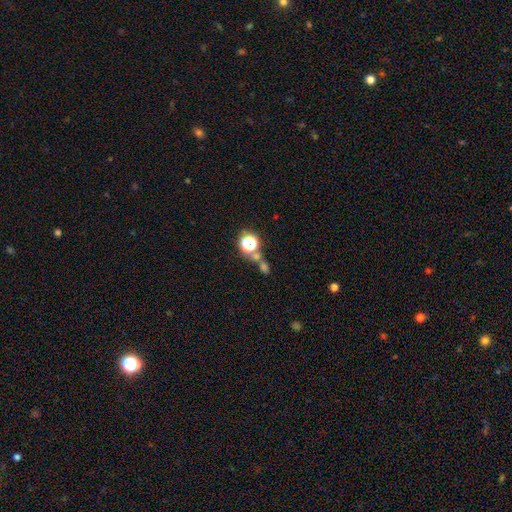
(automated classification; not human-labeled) Q: Smooth or featured?
A: star or artifact (59%); runner-up: smooth (31%)